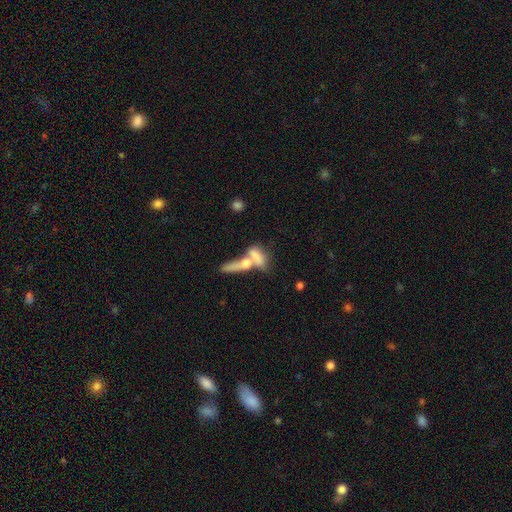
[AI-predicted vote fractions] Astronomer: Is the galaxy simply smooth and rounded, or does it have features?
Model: smooth — 64%.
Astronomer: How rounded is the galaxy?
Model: in between — 55% (runner-up: cigar-shaped, 38%).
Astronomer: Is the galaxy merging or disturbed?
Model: merger — 63%.